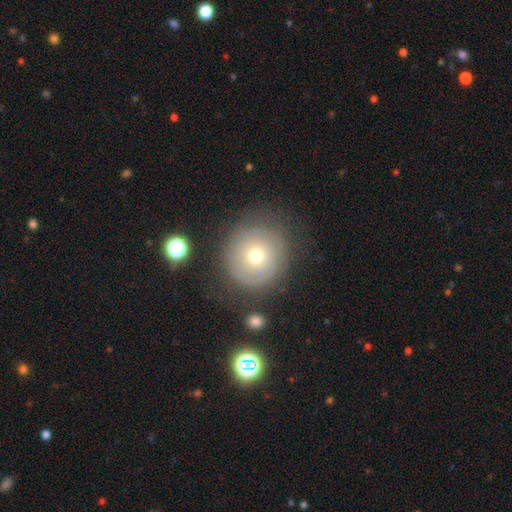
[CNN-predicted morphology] This appears to be a smooth galaxy with no disk features (56%) that is round (91%). Merging: none (74%).